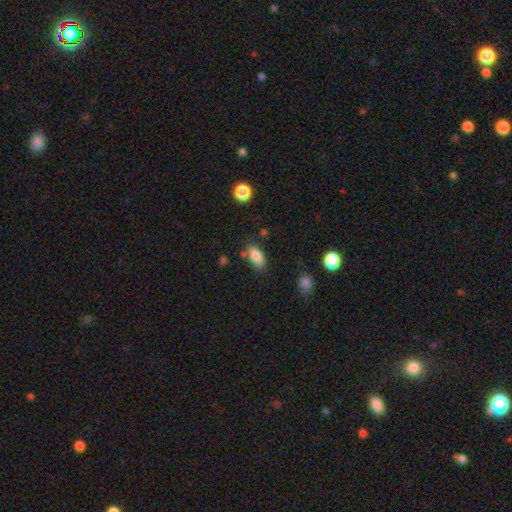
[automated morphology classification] Overall: smooth (82%). How rounded: in between (89%). Merging: none (71%).